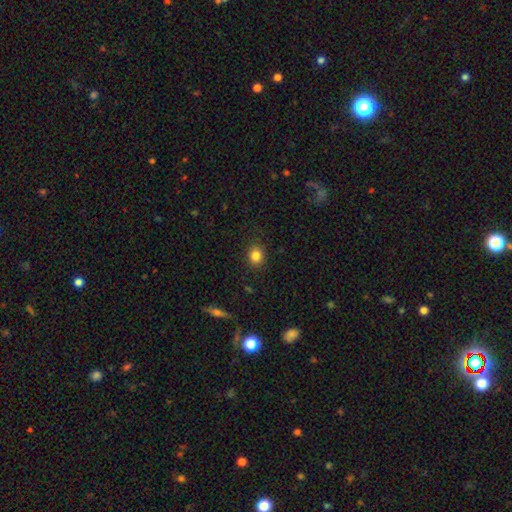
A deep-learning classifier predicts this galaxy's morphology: A smooth galaxy with no disk features (84%) that is round (72%). Merging: none (87%).